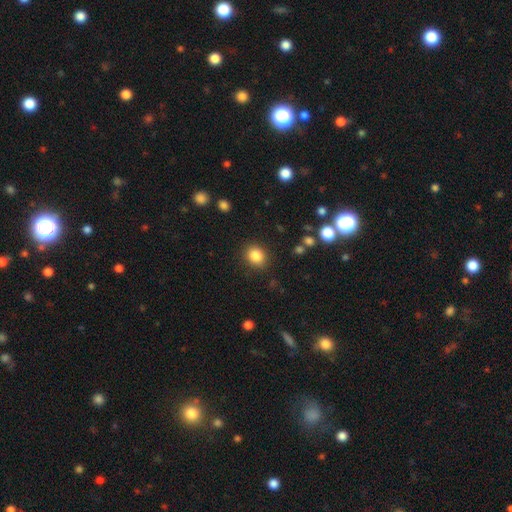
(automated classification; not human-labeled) Smooth or featured? Predicted: smooth (p=0.85). How rounded? Predicted: round (p=0.71). Merging? Predicted: none (p=0.87).